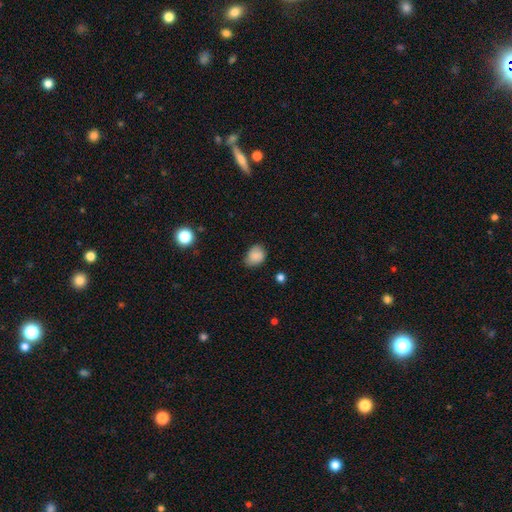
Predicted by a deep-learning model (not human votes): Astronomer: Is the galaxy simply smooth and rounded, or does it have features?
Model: smooth — 85%.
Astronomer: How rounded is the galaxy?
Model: in between — 55% (runner-up: round, 44%).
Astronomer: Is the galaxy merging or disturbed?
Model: none — 63%.